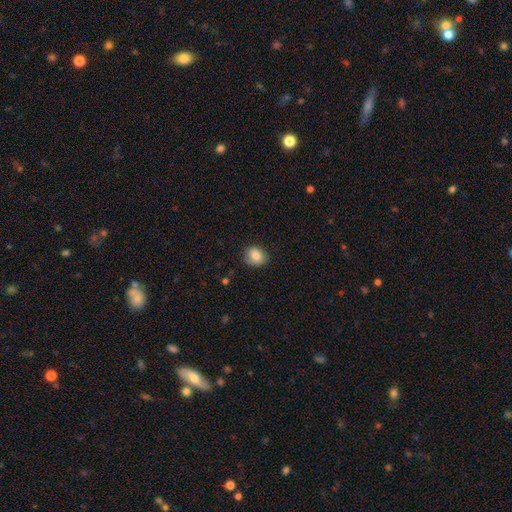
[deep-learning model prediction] smooth 78%, featured or disk 14%, star or artifact 8%. Down the decision tree: how rounded — round (54%); merging — none (69%).